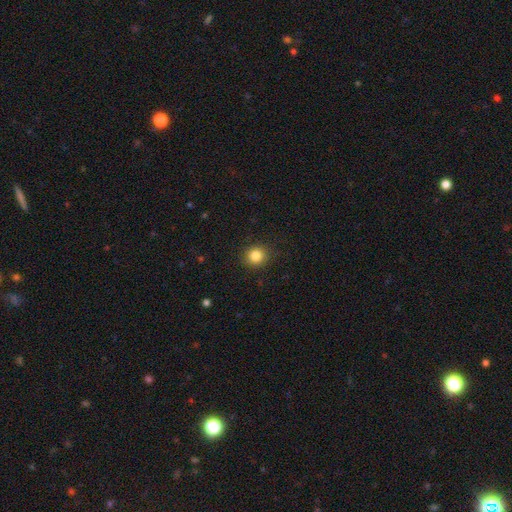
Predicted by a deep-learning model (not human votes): Q: Smooth or featured?
A: smooth (84%); runner-up: star or artifact (11%)
Q: How rounded?
A: round (87%); runner-up: in between (12%)
Q: Merging?
A: none (90%); runner-up: minor disturbance (7%)